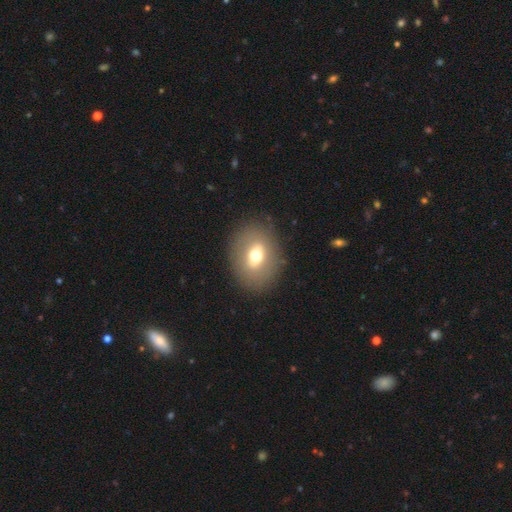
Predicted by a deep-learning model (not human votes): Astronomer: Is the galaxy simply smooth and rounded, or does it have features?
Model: smooth — 60%.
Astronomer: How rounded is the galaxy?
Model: in between — 63%.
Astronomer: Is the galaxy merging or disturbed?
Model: none — 85%.